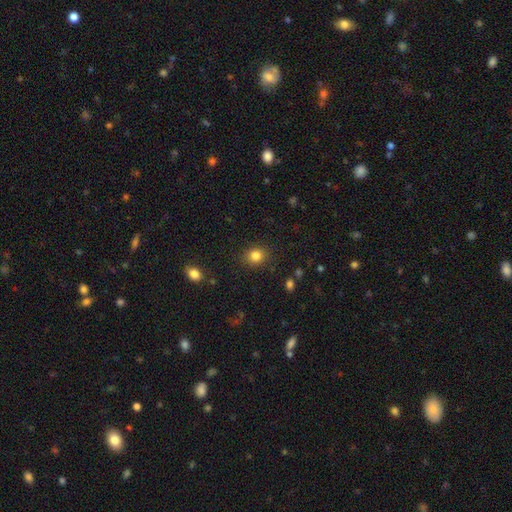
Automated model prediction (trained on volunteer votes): Q: Smooth or featured?
A: smooth (83%); runner-up: star or artifact (12%)
Q: How rounded?
A: round (72%); runner-up: in between (27%)
Q: Merging?
A: none (87%); runner-up: minor disturbance (9%)